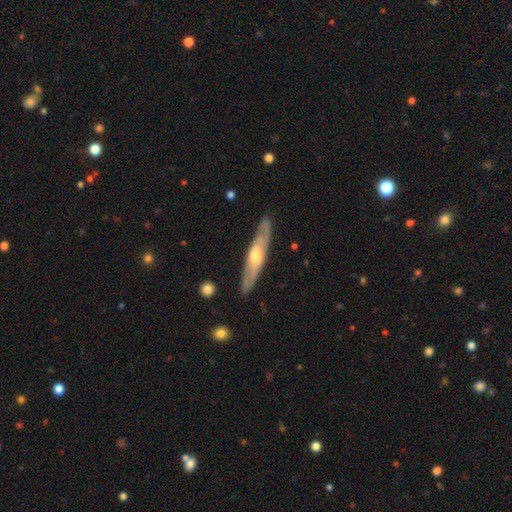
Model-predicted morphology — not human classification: A featured or disk galaxy (65%) viewed edge-on (74%).

Vote fractions:
- Smooth or featured? featured or disk: 65% / smooth: 30% / star or artifact: 5%
- Edge-on disk? yes: 74% / no: 26%
- Merging? none: 86% / minor disturbance: 10% / major disturbance: 2% / merger: 1%